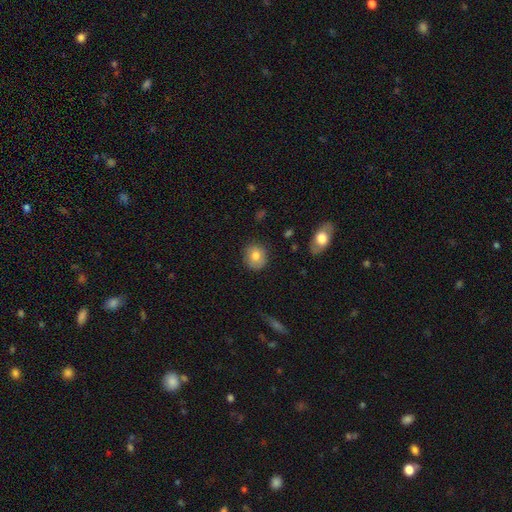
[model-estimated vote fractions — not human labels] Smooth or featured: smooth — 78% (featured or disk — 14%)
How rounded: round — 83% (in between — 16%)
Merging: none — 83% (minor disturbance — 12%)